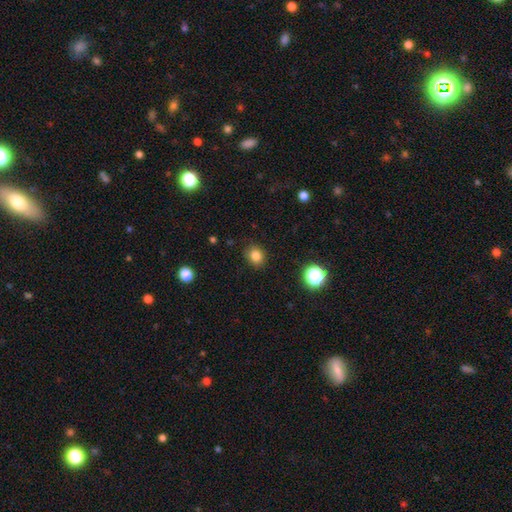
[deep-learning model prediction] Morphology: type=smooth (82%); roundness=round (63%); merging=none (86%).